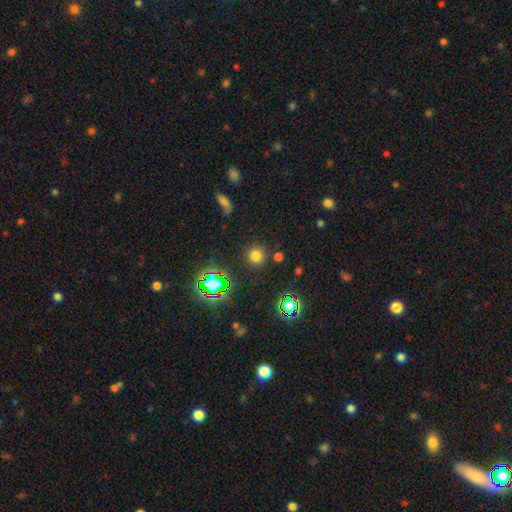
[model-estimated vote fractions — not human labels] This appears to be a smooth galaxy with no disk features (70%) that is round (93%). Merging: none (86%).